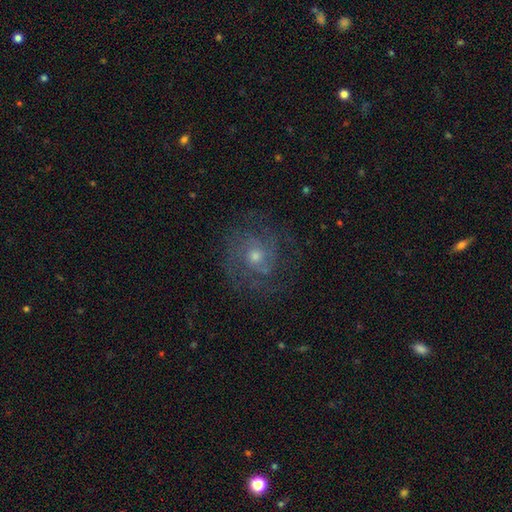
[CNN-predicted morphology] featured or disk 71%, smooth 20%, star or artifact 10%. Down the decision tree: edge-on disk — no (97%); bar — no (78%); spiral arms — yes (85%); spiral arm count — can't tell (34%); spiral winding — tight (46%); bulge size — moderate (47%, tied with small); merging — none (70%).